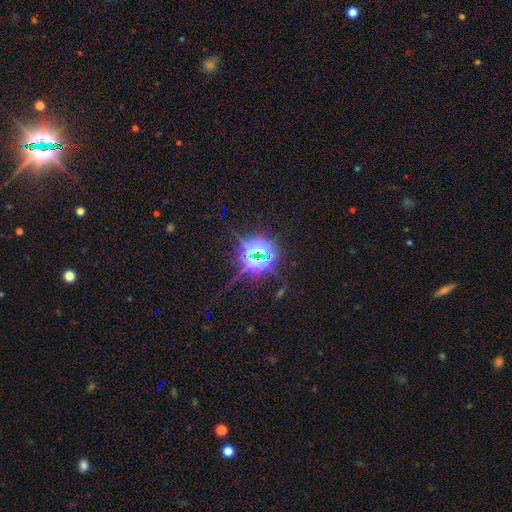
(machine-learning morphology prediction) Overall: star or artifact (80%).